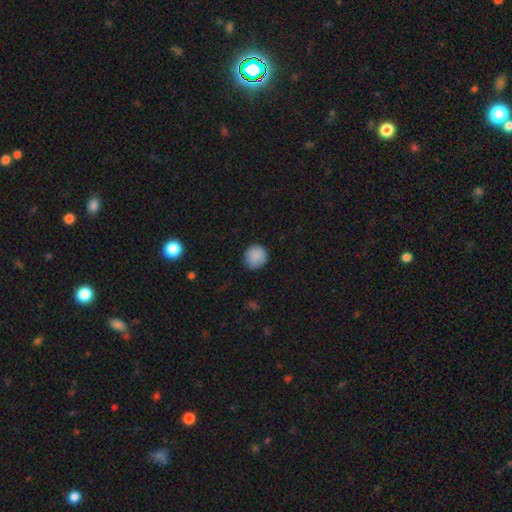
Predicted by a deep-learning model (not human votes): A smooth galaxy with no disk features (88%) that is round (94%).

Vote fractions:
- Smooth or featured? smooth: 88% / star or artifact: 8% / featured or disk: 4%
- How rounded? round: 94% / in between: 5% / cigar-shaped: 1%
- Merging? none: 88% / minor disturbance: 9% / major disturbance: 2% / merger: 1%